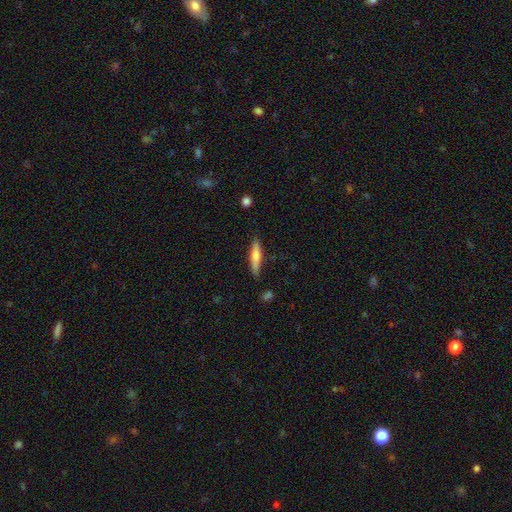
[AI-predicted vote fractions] smooth-or-featured: smooth: 63% | featured or disk: 31% | star or artifact: 6%
  how-rounded: cigar-shaped: 87% | in between: 11% | round: 2%
  merging: none: 82% | minor disturbance: 14% | major disturbance: 3% | merger: 2%